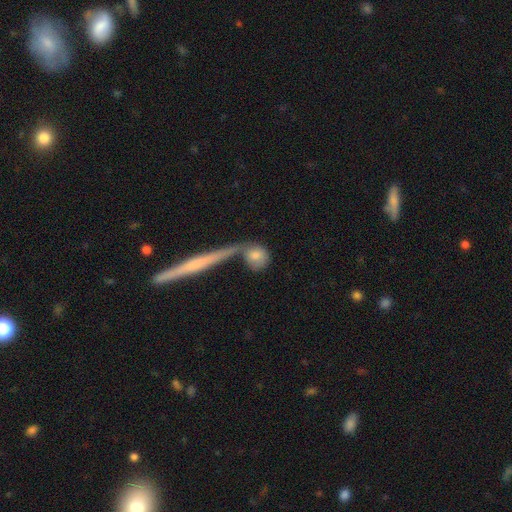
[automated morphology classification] smooth-or-featured: smooth: 74% | featured or disk: 19% | star or artifact: 8%
  how-rounded: round: 69% | in between: 20% | cigar-shaped: 11%
  merging: none: 46% | merger: 29% | minor disturbance: 14% | major disturbance: 11%